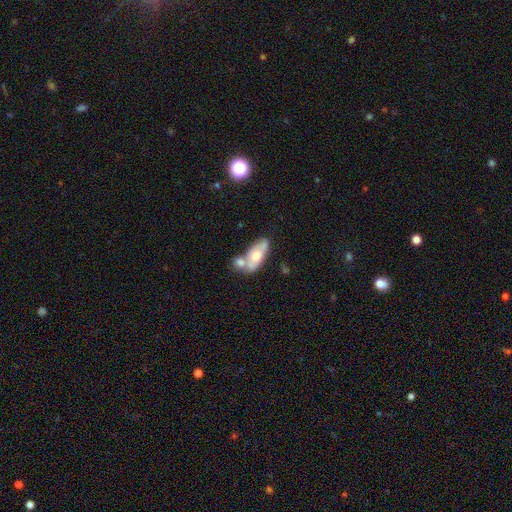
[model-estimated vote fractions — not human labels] smooth-or-featured: smooth: 54% | featured or disk: 40% | star or artifact: 6%
  how-rounded: in between: 84% | cigar-shaped: 12% | round: 4%
  merging: merger: 43% | none: 38% | minor disturbance: 14% | major disturbance: 5%